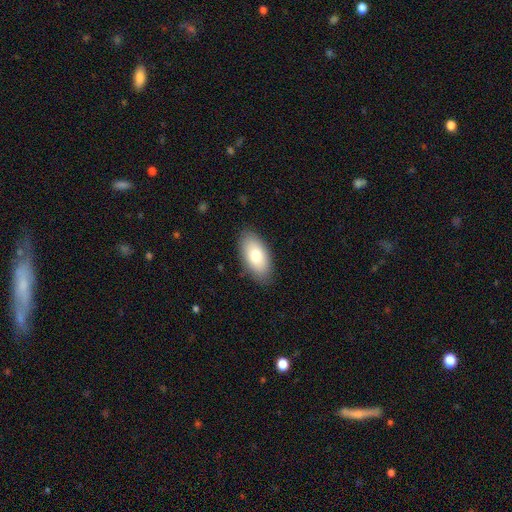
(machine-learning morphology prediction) A smooth galaxy with no disk features (77%) that is in between round and cigar-shaped (93%). Merging: none (86%).